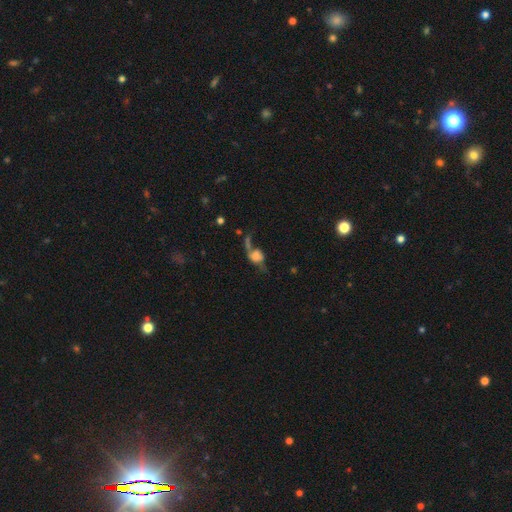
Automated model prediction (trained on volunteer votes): This appears to be a featured or disk galaxy (47%). Merging: major disturbance (35%).